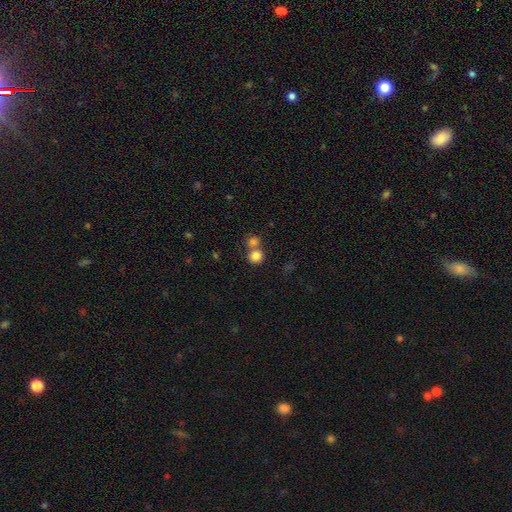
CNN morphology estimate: Smooth or featured?
  - smooth: 82% *
  - star or artifact: 11%
  - featured or disk: 7%
How rounded?
  - round: 90% *
  - in between: 9%
  - cigar-shaped: 1%
Merging?
  - none: 54% *
  - merger: 37%
  - minor disturbance: 7%
  - major disturbance: 3%